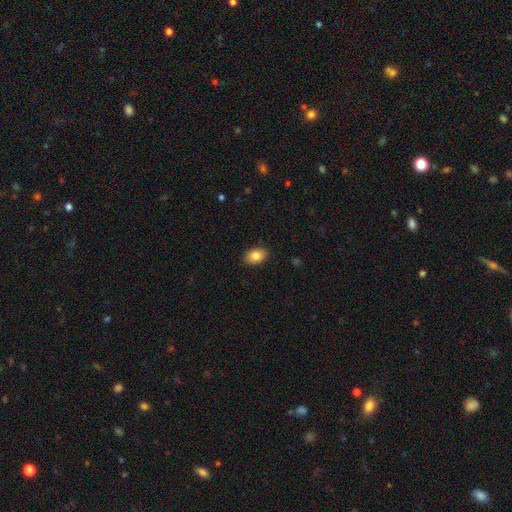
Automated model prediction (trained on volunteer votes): Smooth or featured? smooth (85%)
How rounded? in between (84%)
Merging? none (89%)